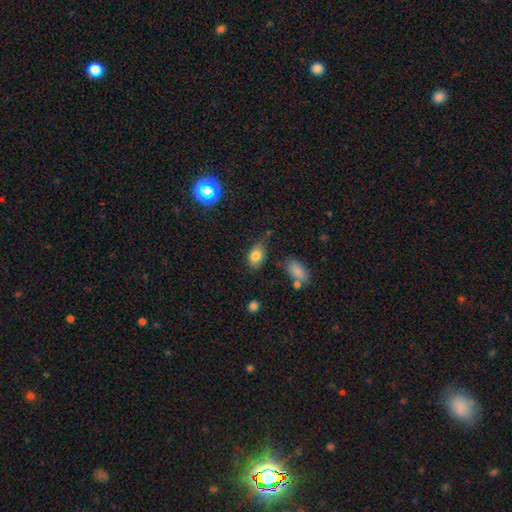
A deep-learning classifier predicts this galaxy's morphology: The model was most divided on "merging": none: 64%, minor disturbance: 25%, major disturbance: 6%, merger: 4%. More confident: how rounded — in between (83%); smooth or featured — smooth (81%).